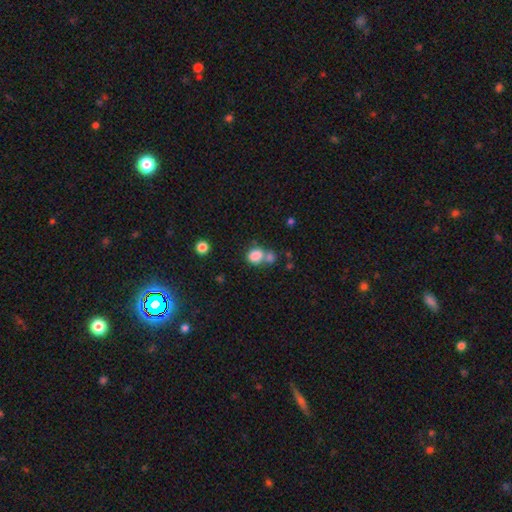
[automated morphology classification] type=smooth (83%); roundness=round (52%); merging=none (43%).